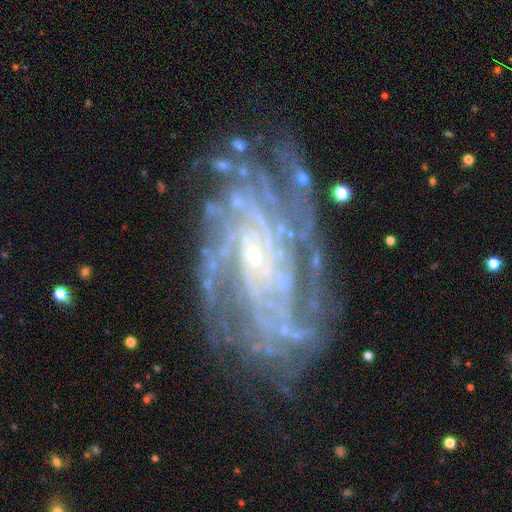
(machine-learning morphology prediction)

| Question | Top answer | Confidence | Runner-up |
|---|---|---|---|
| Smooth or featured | featured or disk | 89% | star or artifact (6%) |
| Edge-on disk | no | 96% | yes (4%) |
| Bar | no | 58% | weak (30%) |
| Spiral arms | yes | 97% | no (3%) |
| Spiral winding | tight | 68% | medium (26%) |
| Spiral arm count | can't tell | 25% | more than 4 (24%) |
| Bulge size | small | 83% | moderate (11%) |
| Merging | none | 74% | minor disturbance (16%) |